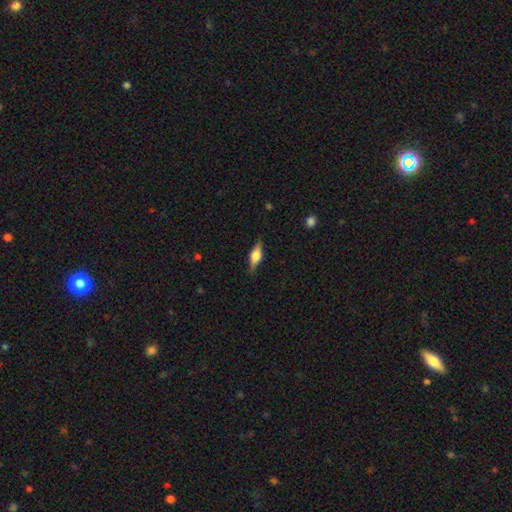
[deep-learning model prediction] Smooth or featured?
  - featured or disk: 51% *
  - smooth: 42%
  - star or artifact: 7%
Edge-on disk?
  - yes: 93% *
  - no: 7%
Merging?
  - none: 82% *
  - minor disturbance: 13%
  - major disturbance: 3%
  - merger: 1%